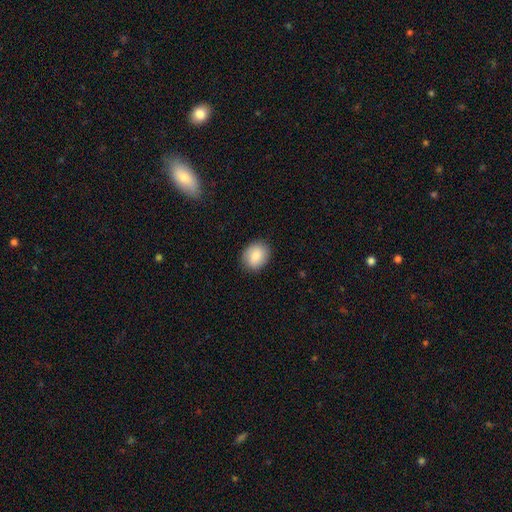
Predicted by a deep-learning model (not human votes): Smooth or featured? smooth (85%)
How rounded? round (55%)
Merging? none (87%)